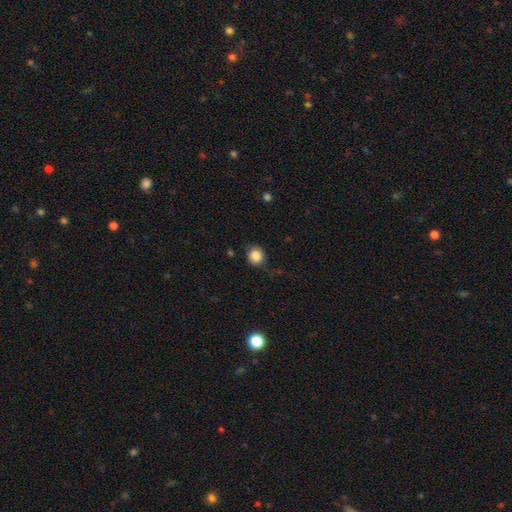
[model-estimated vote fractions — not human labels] This is clearly a smooth galaxy (84%). How rounded: clearly round (84%). Merging: likely none (72%).